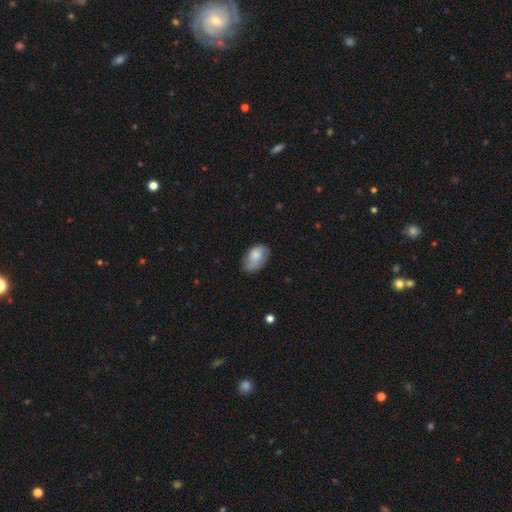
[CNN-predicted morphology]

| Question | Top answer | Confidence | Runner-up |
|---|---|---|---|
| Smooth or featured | smooth | 74% | featured or disk (19%) |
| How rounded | in between | 90% | round (8%) |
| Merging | none | 58% | minor disturbance (31%) |